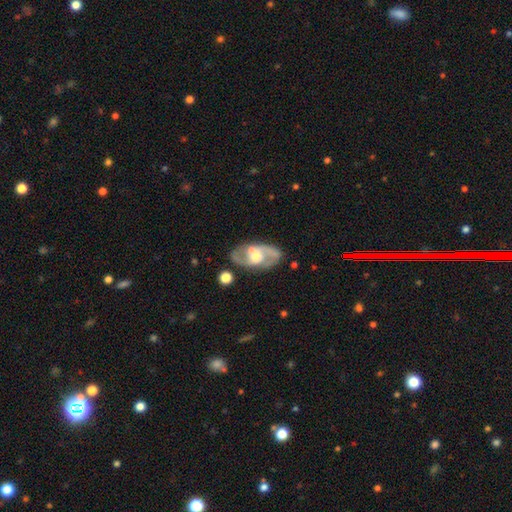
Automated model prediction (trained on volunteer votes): featured or disk 79%, smooth 16%, star or artifact 5%. Down the decision tree: edge-on disk — no (93%); bar — no (51%); spiral arms — yes (83%); spiral arm count — 2 (85%); spiral winding — medium (52%); bulge size — moderate (61%); merging — none (74%).